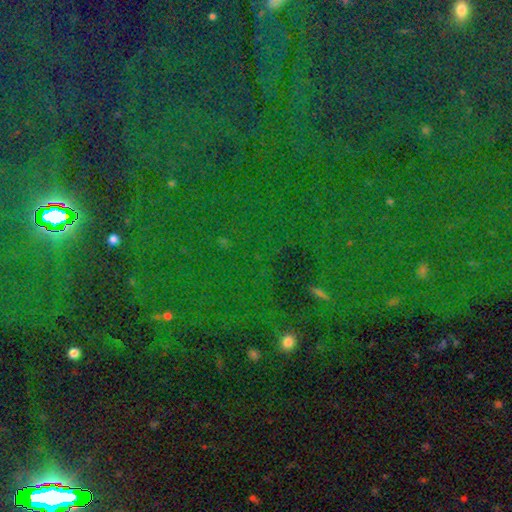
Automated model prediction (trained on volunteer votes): Smooth or featured?
  - star or artifact: 83% *
  - smooth: 10%
  - featured or disk: 7%